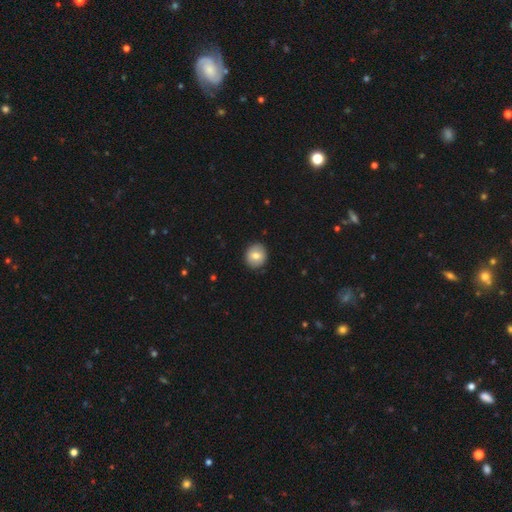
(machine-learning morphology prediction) type=smooth (75%); roundness=round (88%); merging=none (90%).